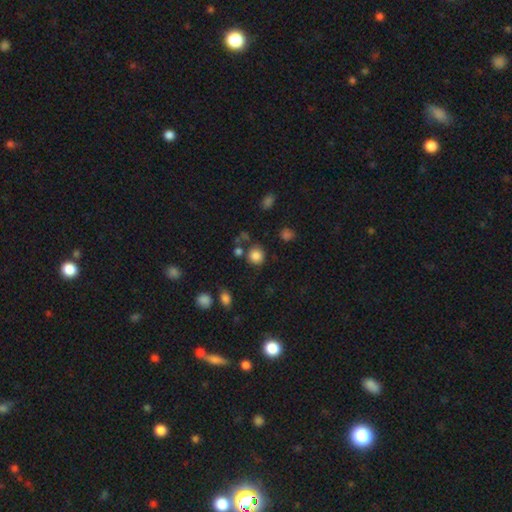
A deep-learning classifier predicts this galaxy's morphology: This is clearly a smooth galaxy (83%). How rounded: clearly round (87%). Merging: likely none (75%).